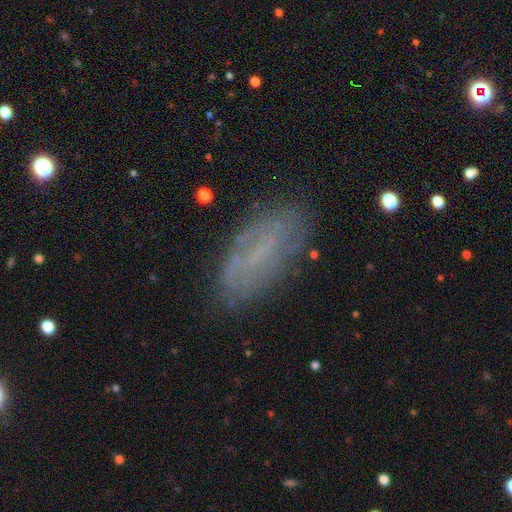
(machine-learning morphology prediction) Overall: featured or disk (49%; smooth 40%). Merging: none (74%).